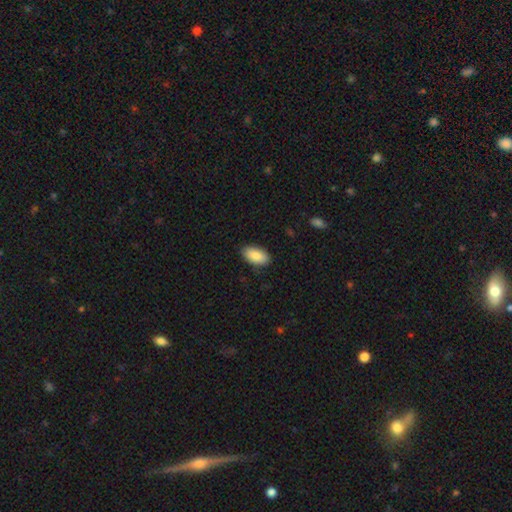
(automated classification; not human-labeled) Overall: smooth (89%). How rounded: in between (95%). Merging: none (89%).